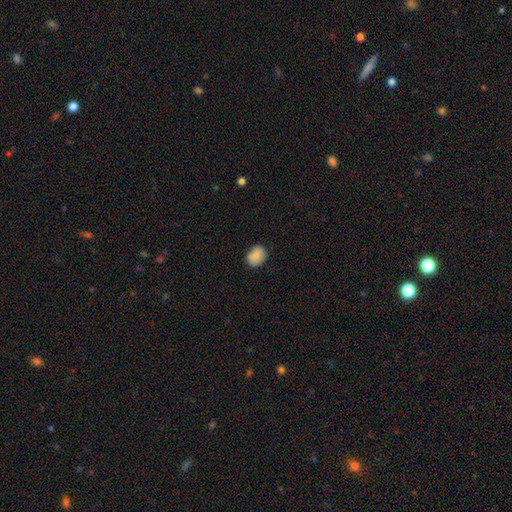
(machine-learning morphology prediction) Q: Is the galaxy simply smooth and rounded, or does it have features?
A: smooth — 86%.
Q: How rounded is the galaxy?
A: in between — 55%.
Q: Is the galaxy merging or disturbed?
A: none — 80%.